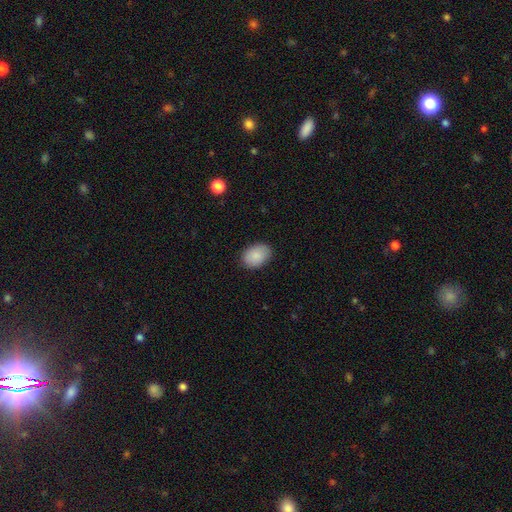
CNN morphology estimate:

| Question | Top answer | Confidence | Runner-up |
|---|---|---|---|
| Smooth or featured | smooth | 89% | star or artifact (6%) |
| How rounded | in between | 77% | round (22%) |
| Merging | none | 87% | minor disturbance (10%) |